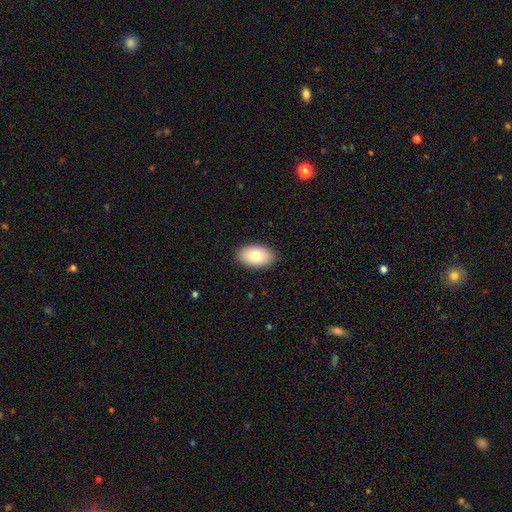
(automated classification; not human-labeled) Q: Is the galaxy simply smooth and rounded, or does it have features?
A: smooth — 81%.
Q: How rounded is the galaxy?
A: in between — 93%.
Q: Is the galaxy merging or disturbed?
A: none — 89%.